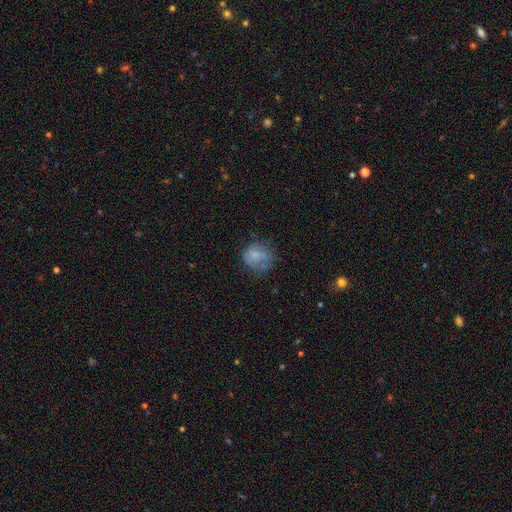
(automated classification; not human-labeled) Smooth or featured?
  - smooth: 65% *
  - featured or disk: 25%
  - star or artifact: 10%
How rounded?
  - round: 75% *
  - in between: 24%
  - cigar-shaped: 1%
Merging?
  - none: 51% *
  - minor disturbance: 26%
  - major disturbance: 17%
  - merger: 6%